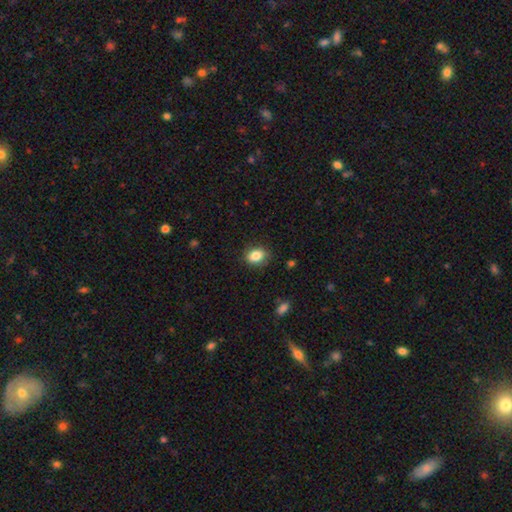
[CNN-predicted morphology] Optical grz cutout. It shows a smooth galaxy with no disk features (85%) that is in between round and cigar-shaped (63%). Merging: none (85%).